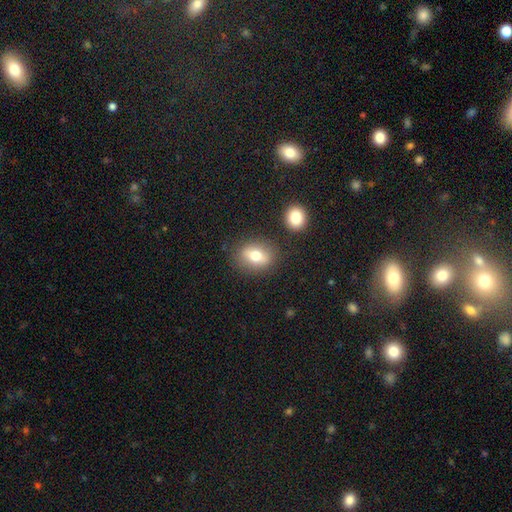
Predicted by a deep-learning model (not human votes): A smooth galaxy with no disk features (72%) that is in between round and cigar-shaped (61%). Merging: none (79%).